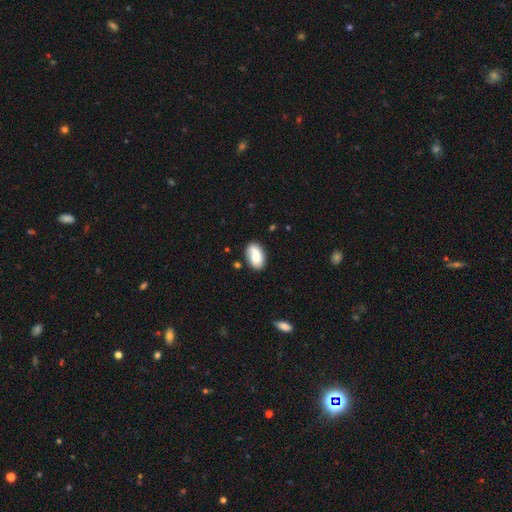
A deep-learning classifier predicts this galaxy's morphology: smooth 75%, featured or disk 18%, star or artifact 8%. Down the decision tree: how rounded — in between (92%); merging — none (73%).